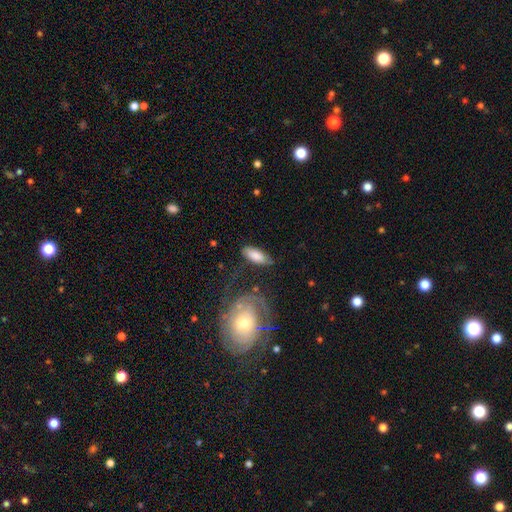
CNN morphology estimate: smooth 76%, featured or disk 17%, star or artifact 6%. Down the decision tree: how rounded — in between (78%); merging — none (67%).